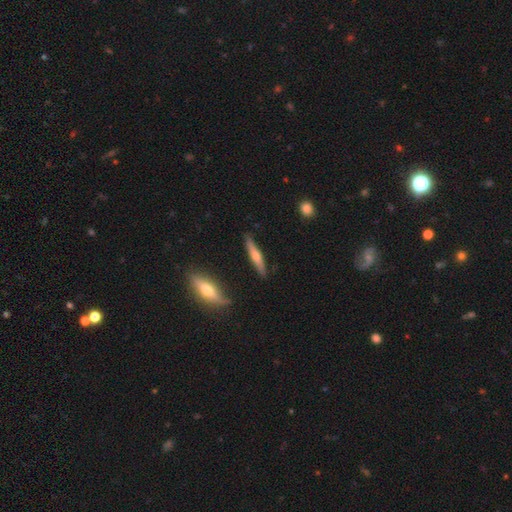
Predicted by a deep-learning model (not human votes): Q: Smooth or featured?
A: featured or disk (52%); runner-up: smooth (42%)
Q: Edge-on disk?
A: yes (93%); runner-up: no (7%)
Q: Merging?
A: none (86%); runner-up: minor disturbance (10%)